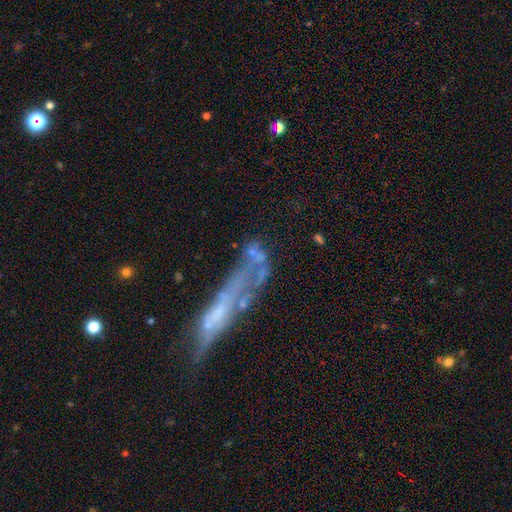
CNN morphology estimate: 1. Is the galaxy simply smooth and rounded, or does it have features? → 43% featured or disk, 34% smooth, 23% star or artifact.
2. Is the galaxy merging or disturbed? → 39% none, 24% major disturbance, 21% merger, 16% minor disturbance.